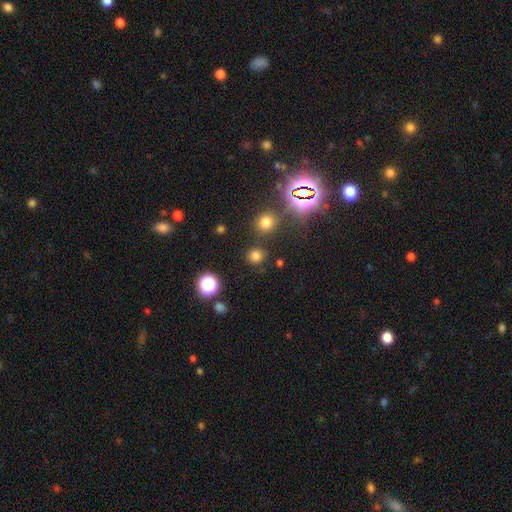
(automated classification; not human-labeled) Smooth or featured? Predicted: smooth (p=0.72). How rounded? Predicted: round (p=0.87). Merging? Predicted: none (p=0.82).